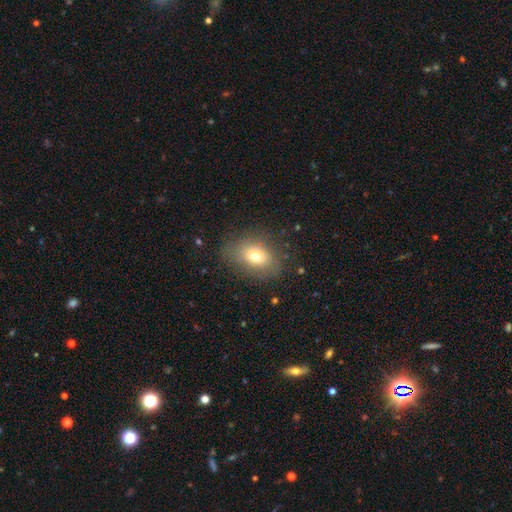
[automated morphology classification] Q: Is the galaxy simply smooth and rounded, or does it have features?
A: smooth — 72%.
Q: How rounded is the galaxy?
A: in between — 72%.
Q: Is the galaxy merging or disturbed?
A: none — 79%.